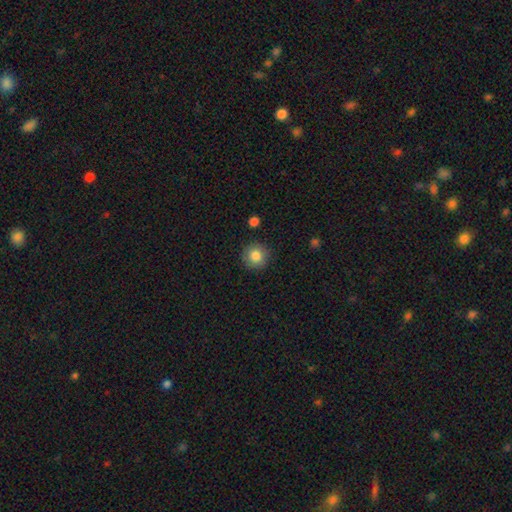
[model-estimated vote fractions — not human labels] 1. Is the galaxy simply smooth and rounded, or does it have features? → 84% smooth, 9% star or artifact, 7% featured or disk.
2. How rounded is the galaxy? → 94% round, 6% in between, 1% cigar-shaped.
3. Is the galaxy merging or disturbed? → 89% none, 7% minor disturbance, 2% major disturbance, 2% merger.